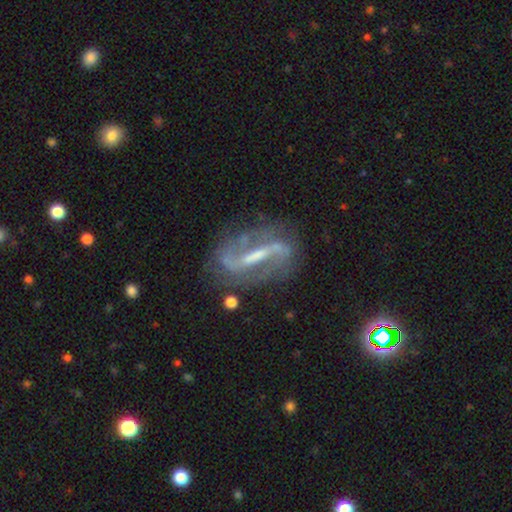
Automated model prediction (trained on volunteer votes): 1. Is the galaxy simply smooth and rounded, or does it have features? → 86% featured or disk, 8% smooth, 6% star or artifact.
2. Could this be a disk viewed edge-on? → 91% no, 9% yes.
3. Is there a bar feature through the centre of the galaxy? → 72% strong, 21% weak, 7% no.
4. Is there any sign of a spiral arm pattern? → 90% yes, 10% no.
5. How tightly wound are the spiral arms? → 46% medium, 34% loose, 20% tight.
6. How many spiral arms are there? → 89% 2, 5% can't tell, 2% 1, 2% 3, 1% 4, 1% more than 4.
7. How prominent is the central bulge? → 37% small, 32% moderate, 23% none, 6% large, 1% dominant.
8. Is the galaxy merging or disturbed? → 71% none, 16% minor disturbance, 10% major disturbance, 3% merger.